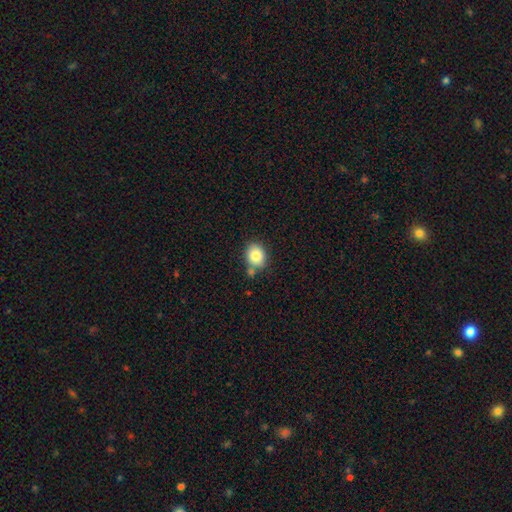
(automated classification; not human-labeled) Morphology: type=smooth (83%); roundness=round (53%); merging=none (68%).